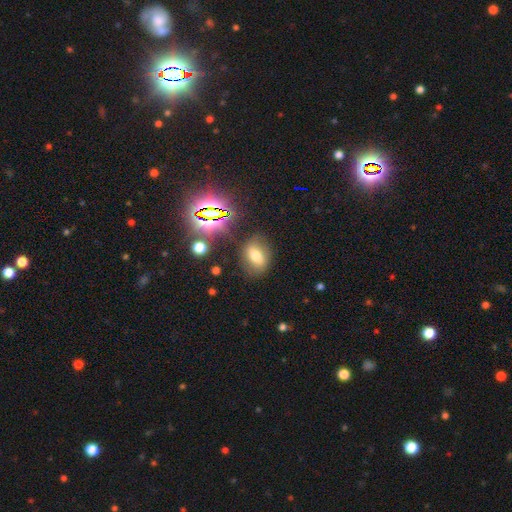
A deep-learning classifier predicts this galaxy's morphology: Smooth or featured: smooth — 60% (featured or disk — 22%)
How rounded: in between — 70% (round — 27%)
Merging: none — 77% (minor disturbance — 14%)